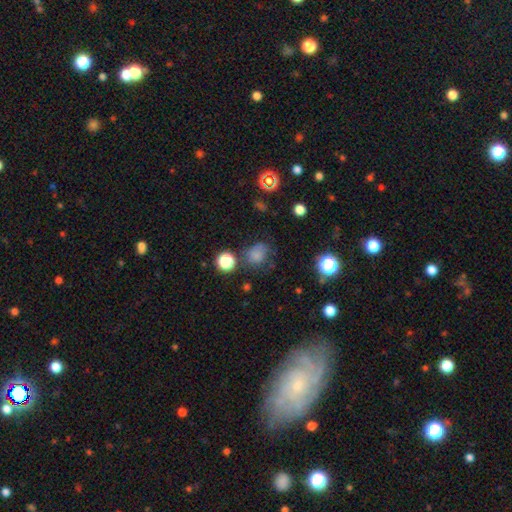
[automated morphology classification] smooth 62%, star or artifact 26%, featured or disk 12%. Down the decision tree: how rounded — round (67%); merging — none (60%).